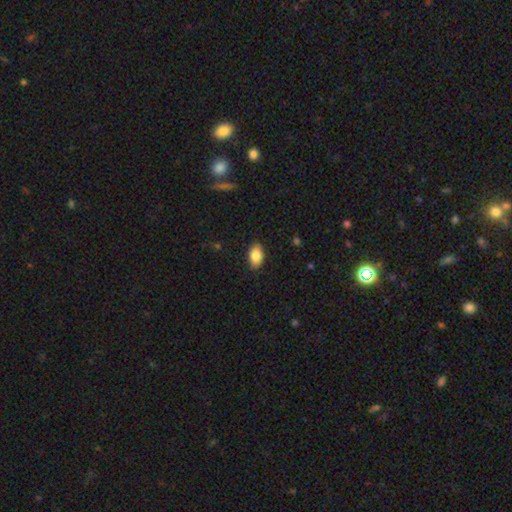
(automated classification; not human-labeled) This is clearly a smooth galaxy (85%). How rounded: clearly in between (92%). Merging: clearly none (88%).